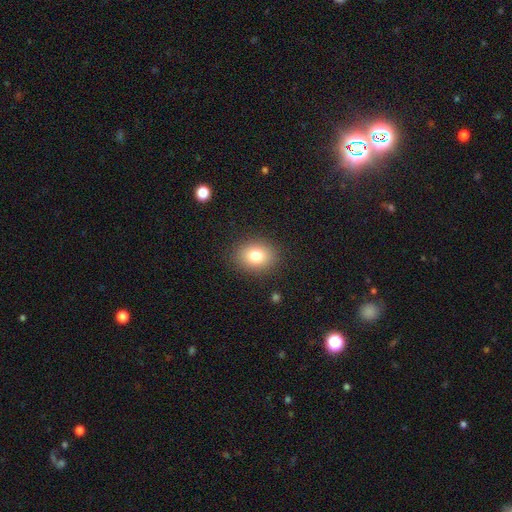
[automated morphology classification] This appears to be a smooth galaxy with no disk features (79%) that is round (52%). Merging: none (88%).